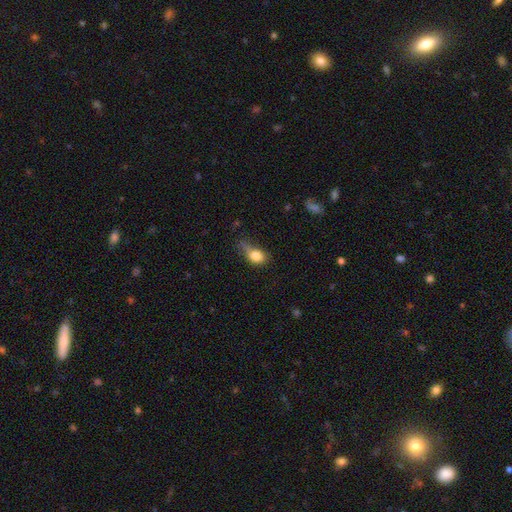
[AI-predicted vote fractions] The model was most divided on "merging": minor disturbance: 38%, none: 33%, major disturbance: 22%, merger: 7%. More confident: smooth or featured — smooth (79%); how rounded — in between (60%).